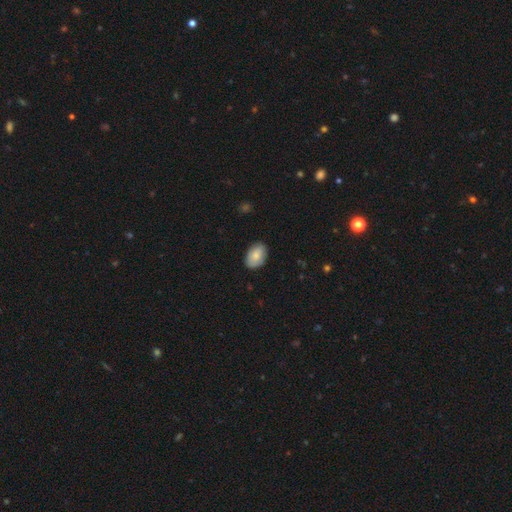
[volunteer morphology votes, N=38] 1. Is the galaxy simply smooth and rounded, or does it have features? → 76% smooth, 16% featured or disk, 8% star or artifact.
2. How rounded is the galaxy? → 97% in between, 3% round, 0% cigar-shaped.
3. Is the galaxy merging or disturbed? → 89% none, 11% minor disturbance, 0% major disturbance, 0% merger.